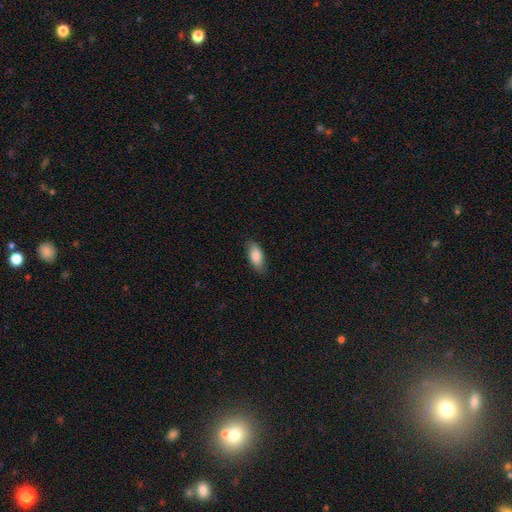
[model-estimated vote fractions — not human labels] Smooth or featured: smooth — 84% (featured or disk — 10%)
How rounded: in between — 84% (cigar-shaped — 13%)
Merging: none — 83% (minor disturbance — 13%)